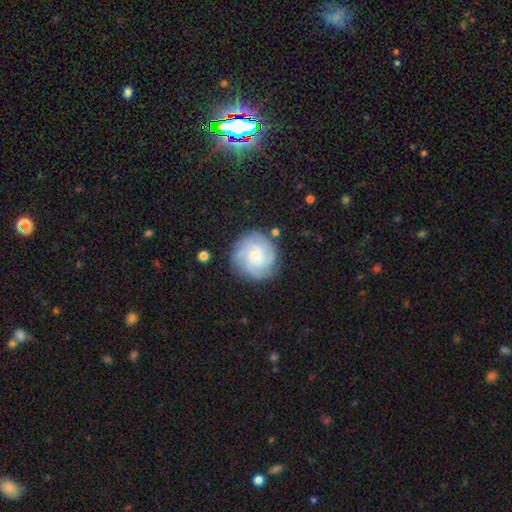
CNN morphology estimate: Smooth or featured? featured or disk (75%)
Edge-on disk? no (98%)
Bar? no (76%)
Spiral arms? yes (95%)
Spiral winding? tight (62%)
Spiral arm count? 4 (32%)
Bulge size? small (71%)
Merging? none (82%)